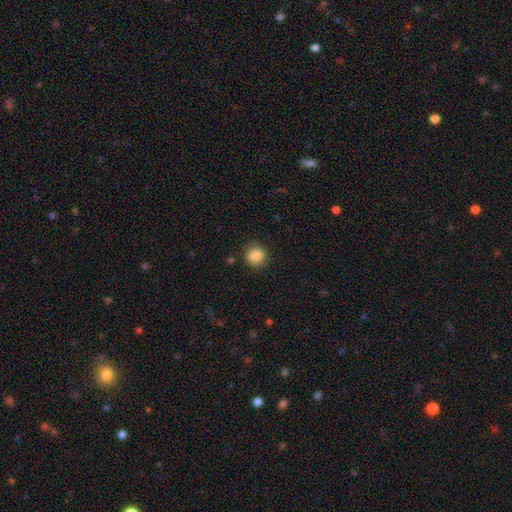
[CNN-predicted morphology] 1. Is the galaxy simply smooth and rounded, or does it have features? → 85% smooth, 9% star or artifact, 6% featured or disk.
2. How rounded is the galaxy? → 85% round, 14% in between, 1% cigar-shaped.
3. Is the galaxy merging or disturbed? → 82% none, 13% minor disturbance, 4% major disturbance, 1% merger.